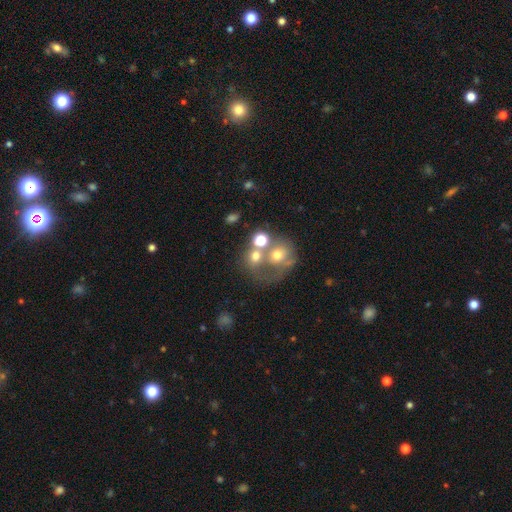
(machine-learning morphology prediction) Smooth or featured? Predicted: smooth (p=0.57). How rounded? Predicted: round (p=0.71). Merging? Predicted: merger (p=0.48).